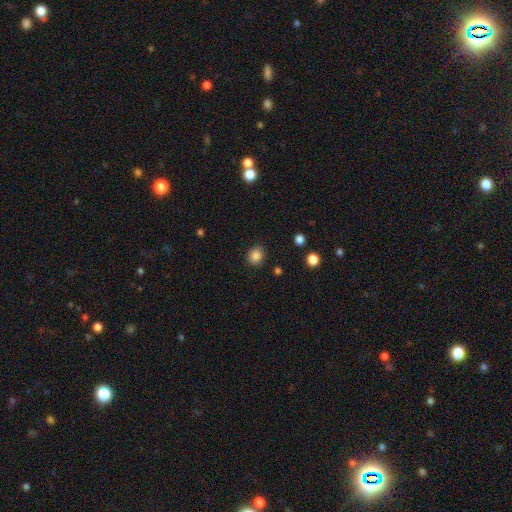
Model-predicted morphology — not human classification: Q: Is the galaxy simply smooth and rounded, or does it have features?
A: smooth — 86%.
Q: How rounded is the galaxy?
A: round — 77%.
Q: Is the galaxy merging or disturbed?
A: none — 88%.